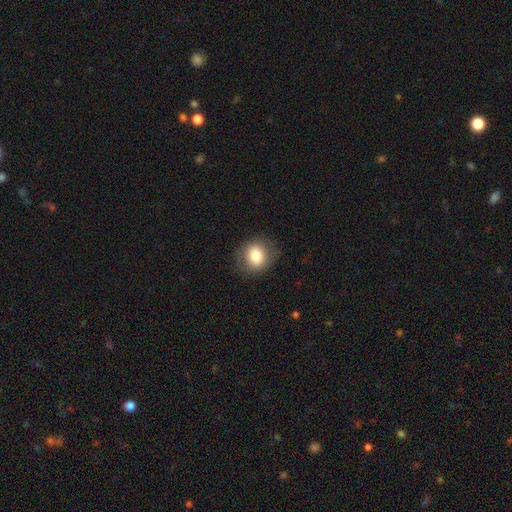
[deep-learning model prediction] The model was most divided on "how rounded": round: 73%, in between: 27%, cigar-shaped: 1%. More confident: merging — none (84%); smooth or featured — smooth (79%).